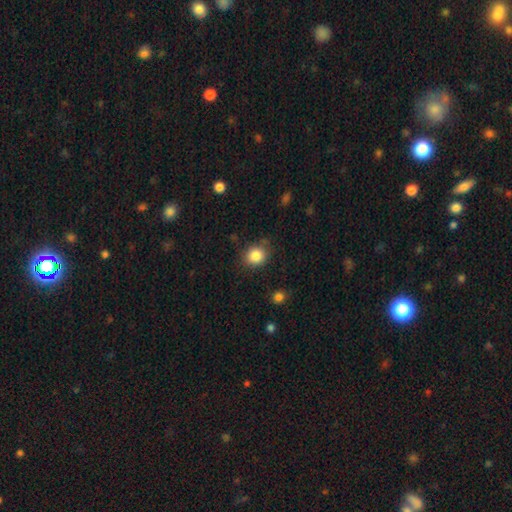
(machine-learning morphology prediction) smooth-or-featured: smooth: 85% | star or artifact: 9% | featured or disk: 6%
  how-rounded: round: 69% | in between: 30% | cigar-shaped: 1%
  merging: none: 79% | minor disturbance: 15% | major disturbance: 4% | merger: 2%